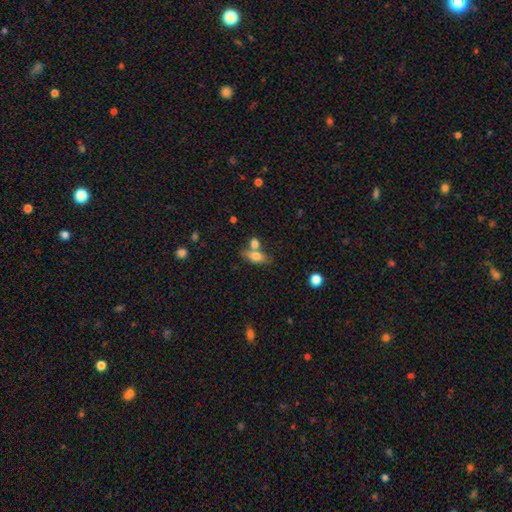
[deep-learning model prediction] Smooth or featured? smooth (74%)
How rounded? in between (76%)
Merging? none (51%)